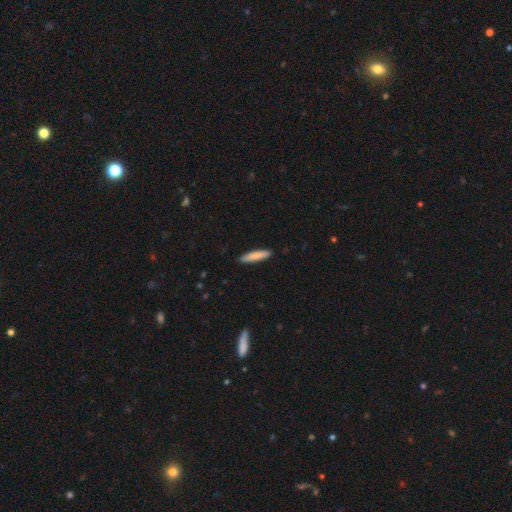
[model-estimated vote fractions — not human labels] smooth_or_featured: smooth (p=0.83) [alt: featured or disk p=0.11]
how_rounded: cigar-shaped (p=0.85) [alt: in between p=0.13]
merging: none (p=0.91) [alt: minor disturbance p=0.07]